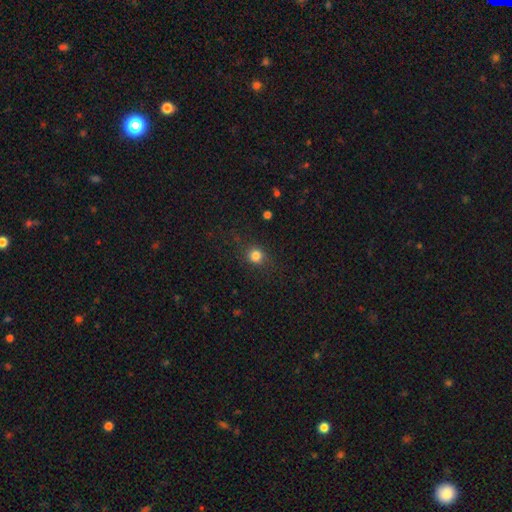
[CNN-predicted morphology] Smooth or featured?
  - smooth: 81% *
  - star or artifact: 13%
  - featured or disk: 5%
How rounded?
  - round: 84% *
  - in between: 15%
  - cigar-shaped: 1%
Merging?
  - none: 82% *
  - minor disturbance: 12%
  - major disturbance: 5%
  - merger: 2%